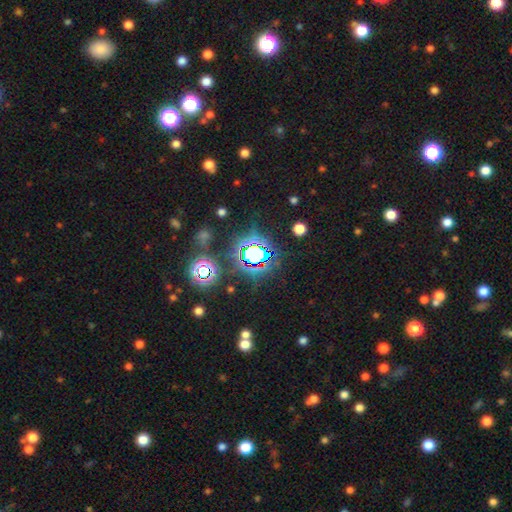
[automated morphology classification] type=star or artifact (73%).